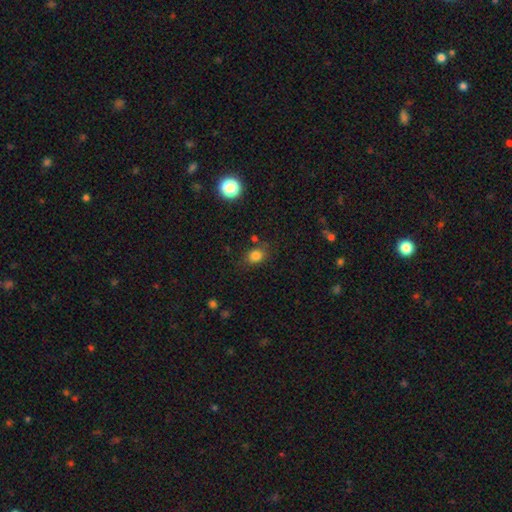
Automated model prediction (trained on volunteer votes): Overall: smooth (81%). How rounded: round (52%; in between 47%). Merging: none (76%).